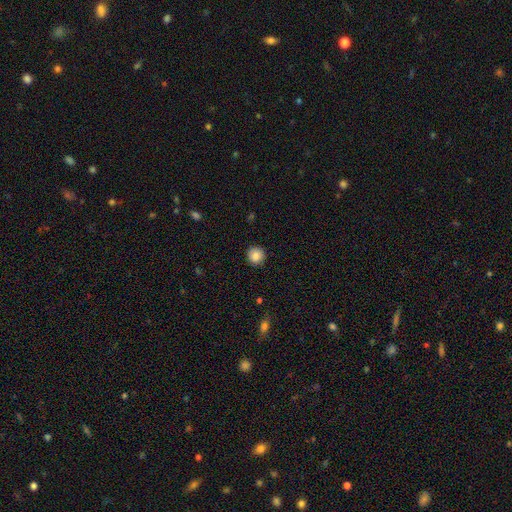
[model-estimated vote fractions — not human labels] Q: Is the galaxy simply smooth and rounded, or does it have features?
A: smooth — 85%.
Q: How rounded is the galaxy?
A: round — 94%.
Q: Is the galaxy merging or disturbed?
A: none — 91%.